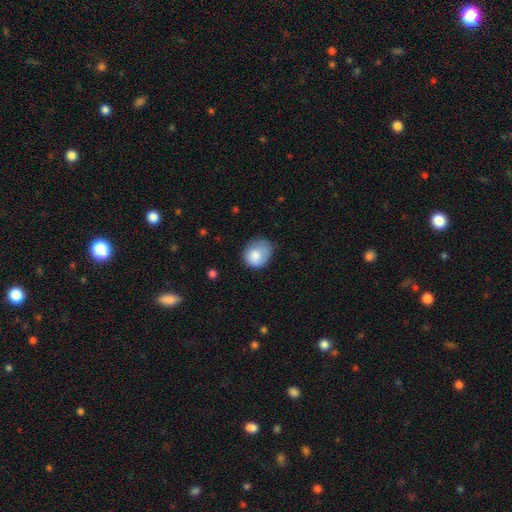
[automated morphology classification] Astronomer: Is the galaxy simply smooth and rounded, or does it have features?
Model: smooth — 80%.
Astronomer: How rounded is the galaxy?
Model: round — 63%.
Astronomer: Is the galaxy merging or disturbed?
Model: none — 49% (runner-up: minor disturbance, 36%).